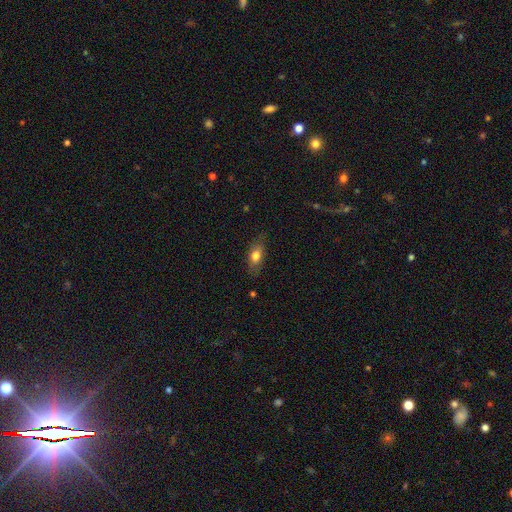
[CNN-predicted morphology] Smooth or featured?
  - smooth: 73% *
  - featured or disk: 20%
  - star or artifact: 8%
How rounded?
  - in between: 78% *
  - cigar-shaped: 15%
  - round: 7%
Merging?
  - none: 77% *
  - minor disturbance: 18%
  - major disturbance: 4%
  - merger: 1%